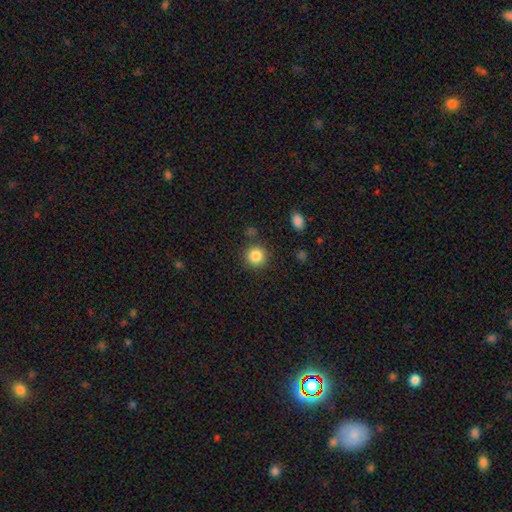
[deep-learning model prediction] smooth_or_featured: smooth (p=0.85) [alt: star or artifact p=0.10]
how_rounded: round (p=0.92) [alt: in between p=0.07]
merging: none (p=0.86) [alt: minor disturbance p=0.07]